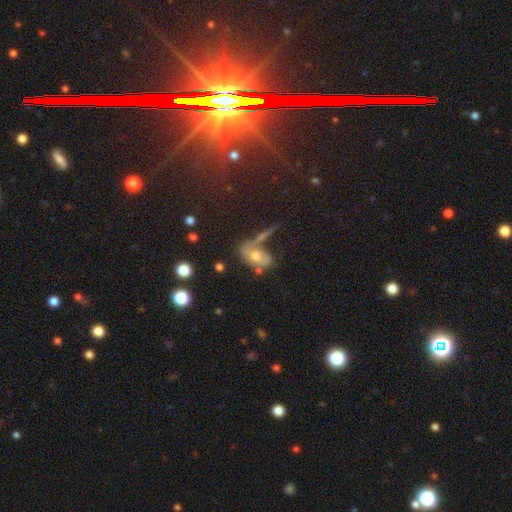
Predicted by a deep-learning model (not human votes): This appears to be a smooth galaxy with no disk features (51%) that is in between round and cigar-shaped (82%). Merging: none (42%).